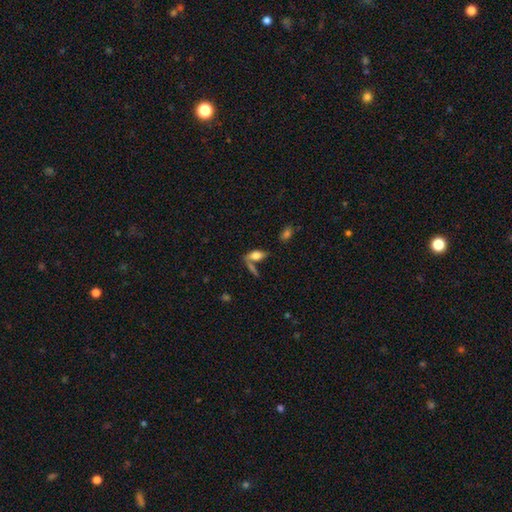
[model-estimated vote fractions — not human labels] Overall: smooth (70%). How rounded: in between (77%). Merging: none (47%; merger 30%).